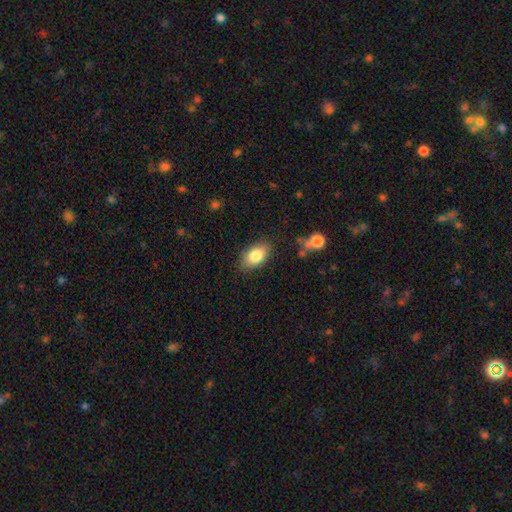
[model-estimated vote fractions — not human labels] Smooth or featured? smooth (84%)
How rounded? in between (90%)
Merging? none (82%)